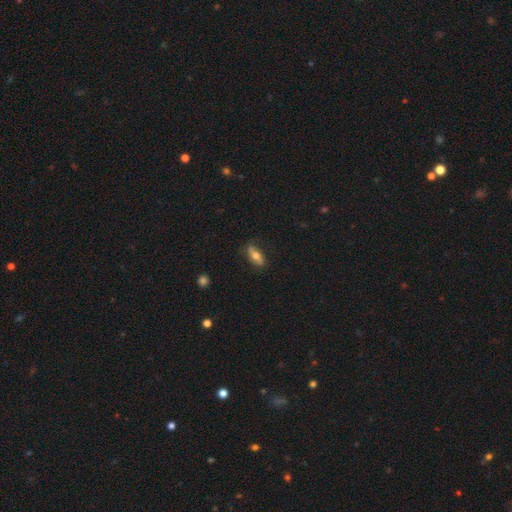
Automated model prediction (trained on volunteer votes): smooth-or-featured: smooth: 55% | featured or disk: 37% | star or artifact: 7%
  how-rounded: in between: 76% | cigar-shaped: 18% | round: 6%
  merging: none: 77% | minor disturbance: 17% | major disturbance: 4% | merger: 1%